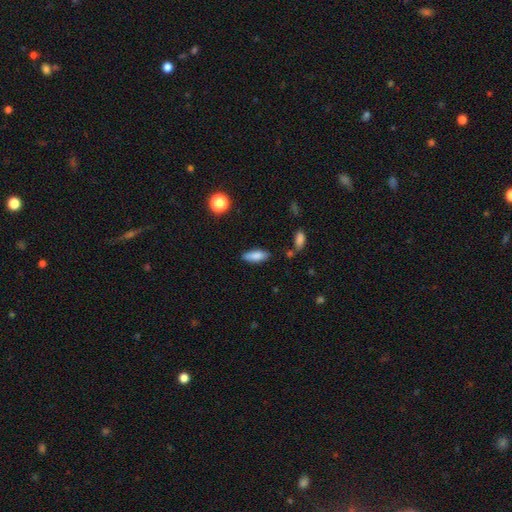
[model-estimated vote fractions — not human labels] smooth_or_featured: smooth (p=0.82) [alt: featured or disk p=0.11]
how_rounded: in between (p=0.66) [alt: cigar-shaped p=0.32]
merging: none (p=0.79) [alt: minor disturbance p=0.15]